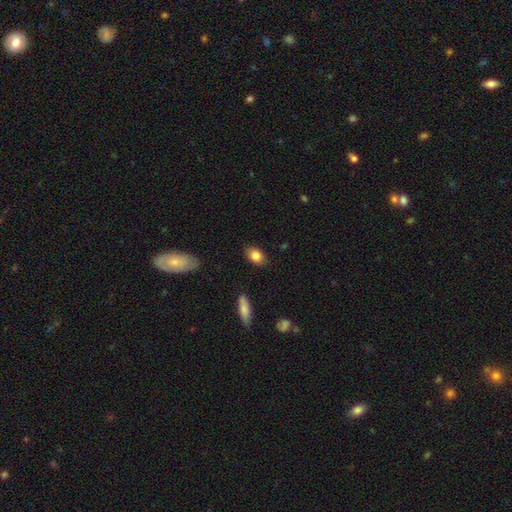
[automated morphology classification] This is clearly a smooth galaxy (84%). How rounded: clearly in between (81%). Merging: clearly none (84%).